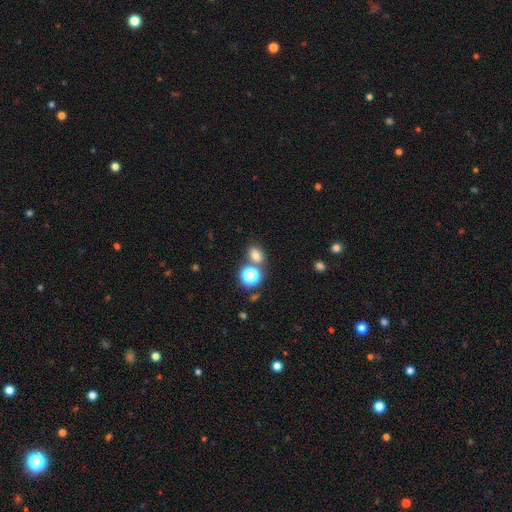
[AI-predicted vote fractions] Overall: smooth (74%). How rounded: in between (55%; round 44%). Merging: none (69%).